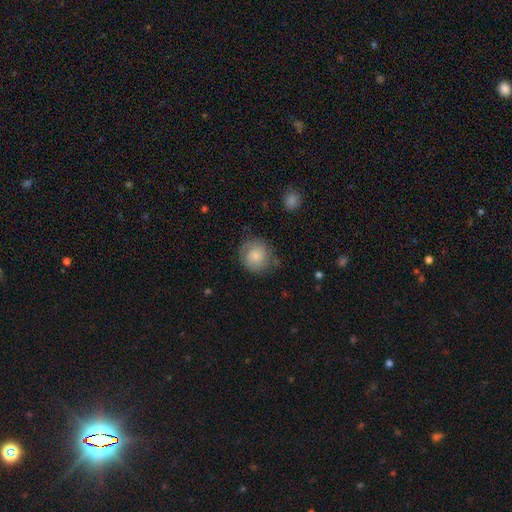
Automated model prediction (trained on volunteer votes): A smooth galaxy with no disk features (74%) that is round (88%).

Vote fractions:
- Smooth or featured? smooth: 74% / featured or disk: 19% / star or artifact: 7%
- How rounded? round: 88% / in between: 11% / cigar-shaped: 1%
- Merging? none: 71% / minor disturbance: 20% / major disturbance: 7% / merger: 2%